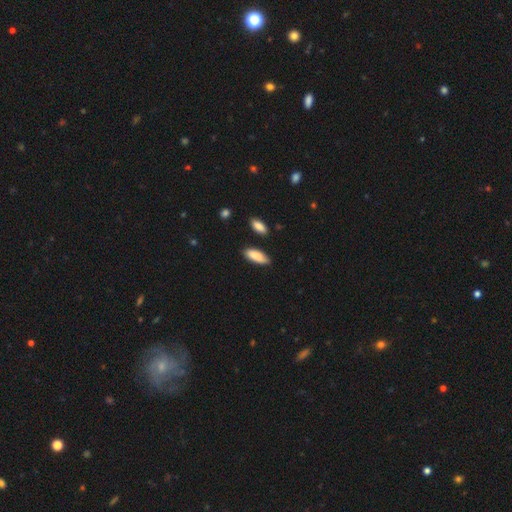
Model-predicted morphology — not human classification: Smooth or featured? Predicted: smooth (p=0.87). How rounded? Predicted: in between (p=0.73). Merging? Predicted: none (p=0.78).